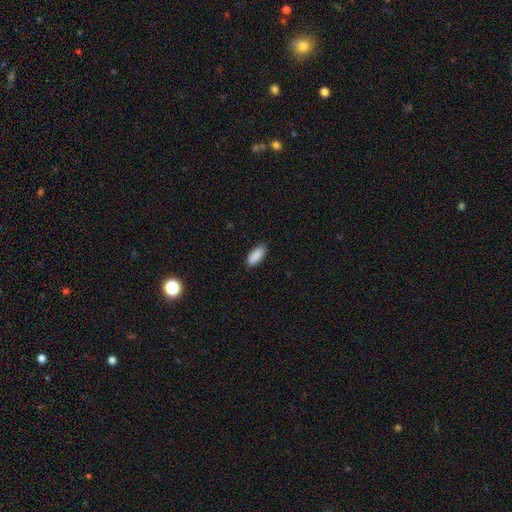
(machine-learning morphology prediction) Q: Smooth or featured?
A: smooth (90%); runner-up: star or artifact (7%)
Q: How rounded?
A: in between (85%); runner-up: cigar-shaped (14%)
Q: Merging?
A: none (84%); runner-up: minor disturbance (13%)